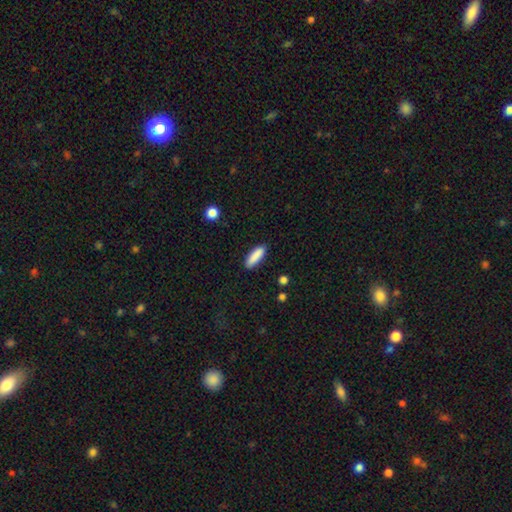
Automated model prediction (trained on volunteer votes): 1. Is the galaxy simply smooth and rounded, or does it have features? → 89% smooth, 6% star or artifact, 5% featured or disk.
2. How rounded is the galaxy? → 54% cigar-shaped, 44% in between, 2% round.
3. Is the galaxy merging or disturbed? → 88% none, 9% minor disturbance, 2% major disturbance, 1% merger.